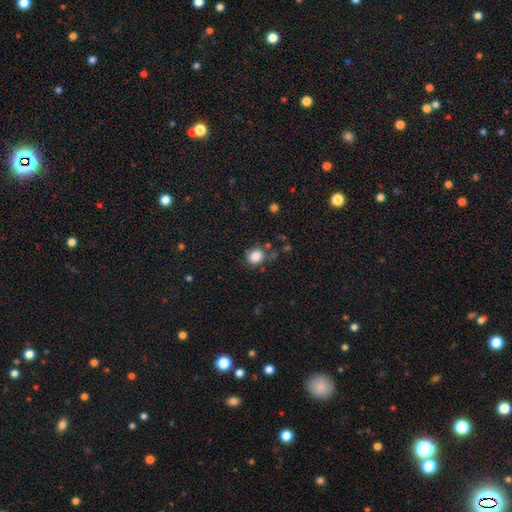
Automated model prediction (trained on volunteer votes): Smooth or featured? Predicted: smooth (p=0.85). How rounded? Predicted: round (p=0.76). Merging? Predicted: none (p=0.74).